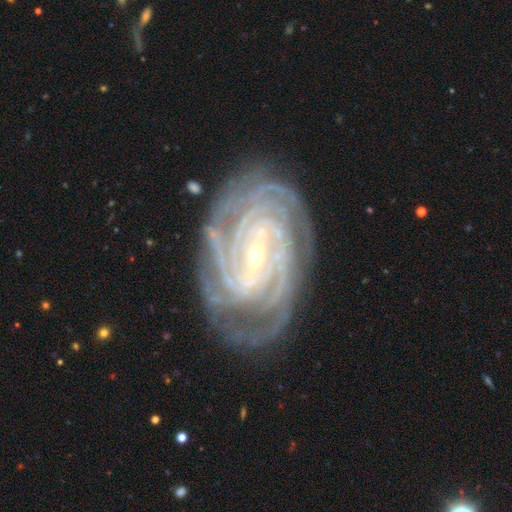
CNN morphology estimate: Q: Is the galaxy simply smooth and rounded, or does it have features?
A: featured or disk — 93%.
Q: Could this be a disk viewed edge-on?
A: no — 97%.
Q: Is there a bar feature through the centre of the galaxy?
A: strong — 43%.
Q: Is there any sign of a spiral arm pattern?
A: yes — 99%.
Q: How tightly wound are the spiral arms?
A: tight — 82%.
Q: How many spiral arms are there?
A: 4 — 33%.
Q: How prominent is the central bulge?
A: small — 74%.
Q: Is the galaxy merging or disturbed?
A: none — 81%.